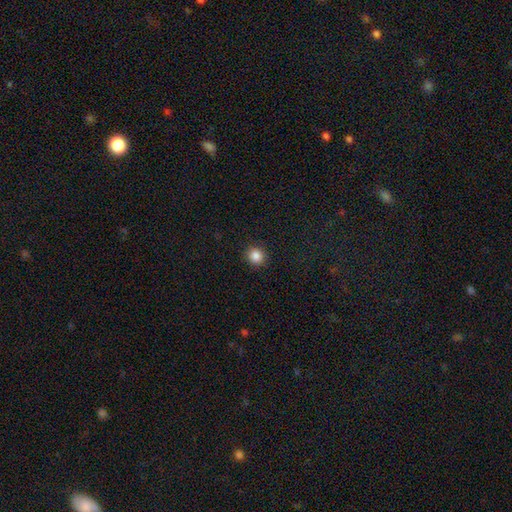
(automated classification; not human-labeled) This is clearly a smooth galaxy (86%). How rounded: clearly round (90%). Merging: clearly none (92%).